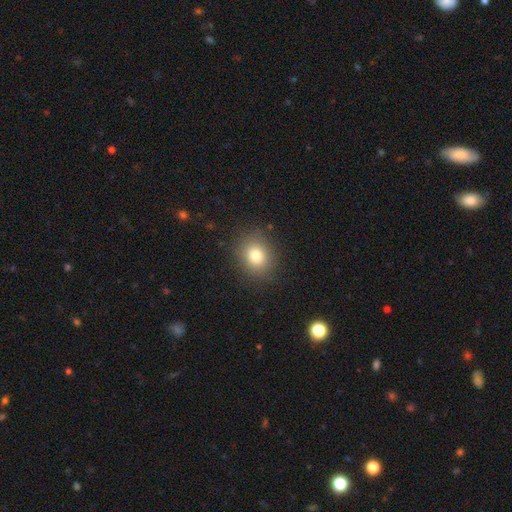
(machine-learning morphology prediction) This appears to be a smooth galaxy with no disk features (80%) that is round (65%). Merging: none (87%).